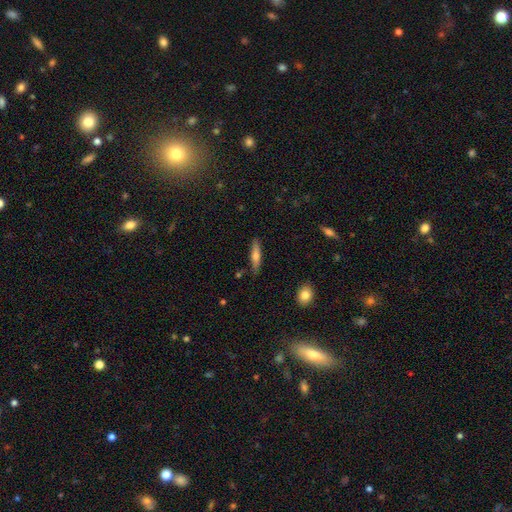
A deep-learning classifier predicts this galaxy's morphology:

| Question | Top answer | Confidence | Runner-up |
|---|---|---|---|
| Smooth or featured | smooth | 58% | featured or disk (35%) |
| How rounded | cigar-shaped | 80% | in between (18%) |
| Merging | none | 84% | minor disturbance (12%) |